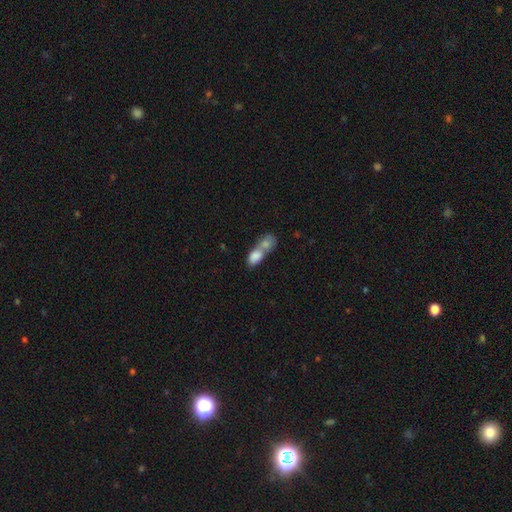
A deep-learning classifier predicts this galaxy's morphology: The model was most divided on "merging": merger: 75%, none: 16%, minor disturbance: 6%, major disturbance: 4%. More confident: how rounded — in between (83%); smooth or featured — smooth (81%).